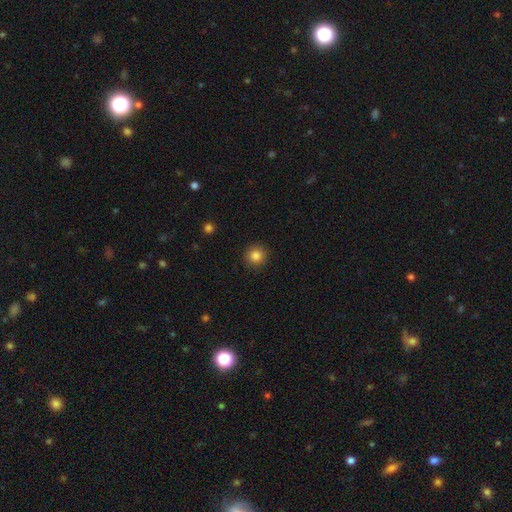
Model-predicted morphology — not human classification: smooth-or-featured: smooth: 84% | star or artifact: 11% | featured or disk: 5%
  how-rounded: round: 94% | in between: 5% | cigar-shaped: 1%
  merging: none: 91% | minor disturbance: 6% | major disturbance: 2% | merger: 1%